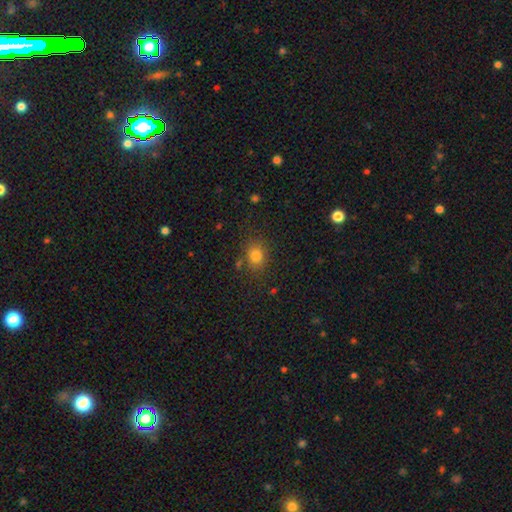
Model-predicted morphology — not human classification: This is clearly a smooth galaxy (80%). How rounded: possibly round (58%). Merging: likely none (76%).